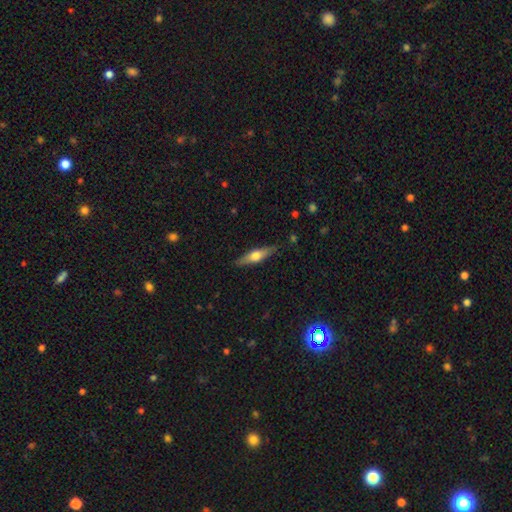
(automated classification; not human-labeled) featured or disk 50%, smooth 44%, star or artifact 6%. Down the decision tree: edge-on disk — yes (92%); merging — none (87%).